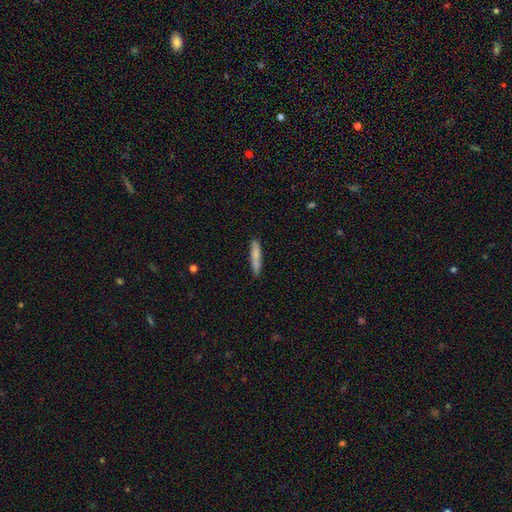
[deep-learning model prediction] The model was most divided on "smooth or featured": smooth: 77%, featured or disk: 17%, star or artifact: 6%. More confident: how rounded — cigar-shaped (90%); merging — none (85%).